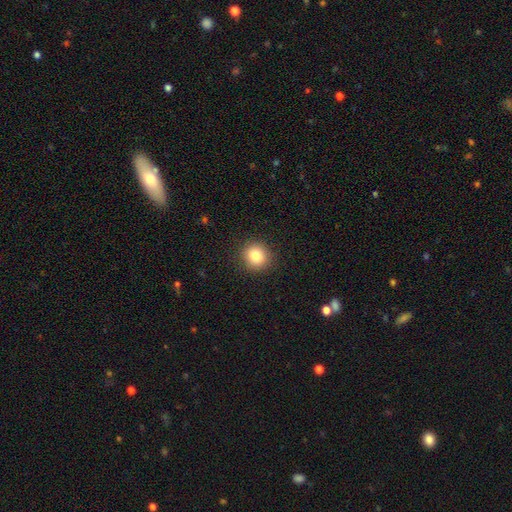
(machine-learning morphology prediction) Smooth or featured: smooth — 83% (star or artifact — 11%)
How rounded: round — 88% (in between — 11%)
Merging: none — 91% (minor disturbance — 6%)